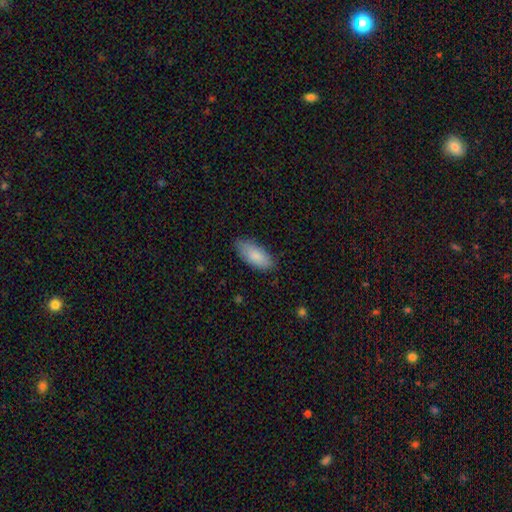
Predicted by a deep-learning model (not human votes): Overall: smooth (87%). How rounded: in between (86%). Merging: none (83%).